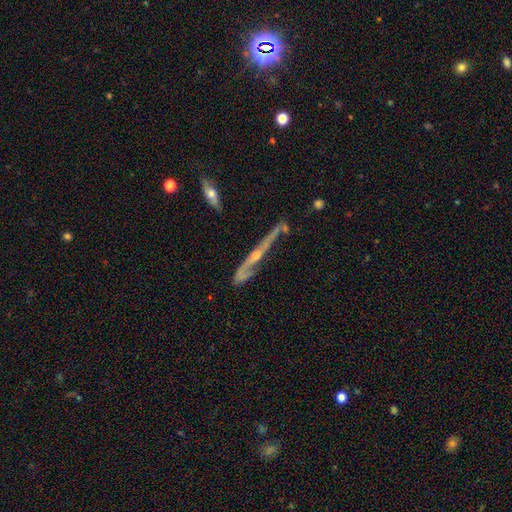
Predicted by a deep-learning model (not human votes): Q: Smooth or featured?
A: featured or disk (79%); runner-up: smooth (14%)
Q: Edge-on disk?
A: yes (78%); runner-up: no (22%)
Q: Edge-on bulge?
A: rounded (72%); runner-up: none (23%)
Q: Merging?
A: none (49%); runner-up: minor disturbance (27%)